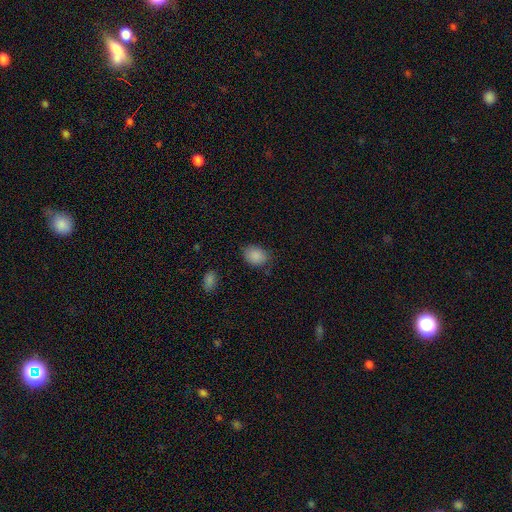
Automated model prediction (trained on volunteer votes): Smooth or featured? Predicted: smooth (p=0.87). How rounded? Predicted: in between (p=0.60). Merging? Predicted: none (p=0.75).